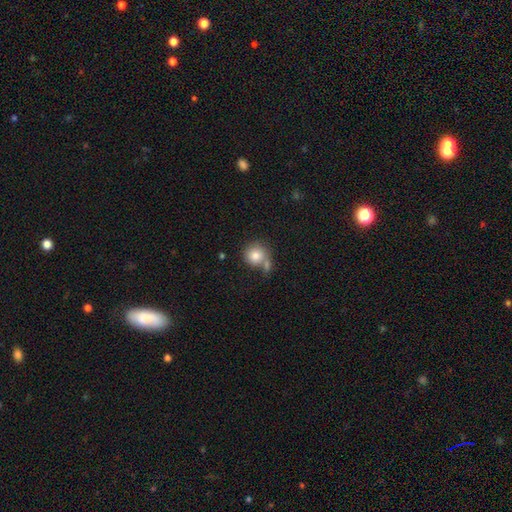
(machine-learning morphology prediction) Smooth or featured? smooth (79%)
How rounded? round (88%)
Merging? none (47%)